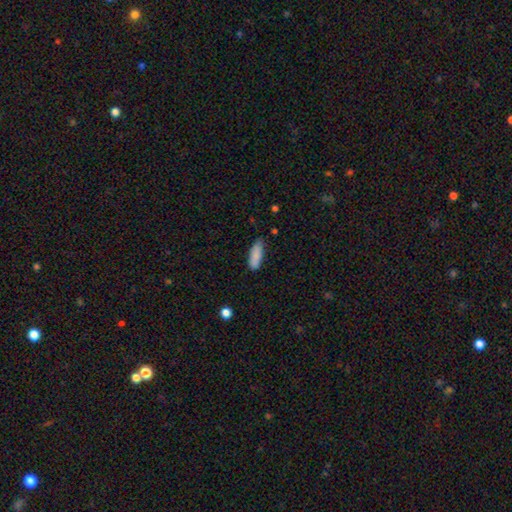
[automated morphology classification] Q: Smooth or featured?
A: smooth (87%); runner-up: star or artifact (7%)
Q: How rounded?
A: in between (59%); runner-up: cigar-shaped (40%)
Q: Merging?
A: none (71%); runner-up: minor disturbance (24%)